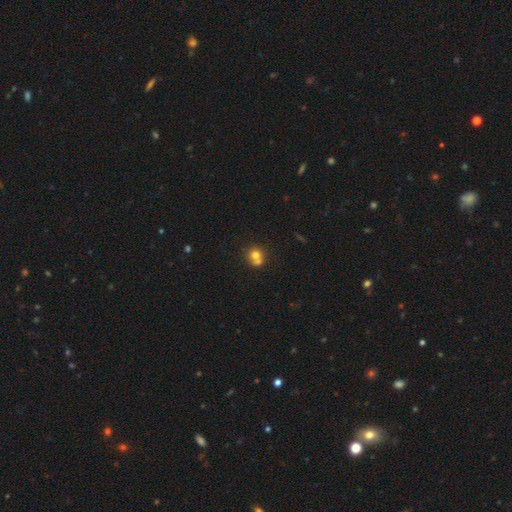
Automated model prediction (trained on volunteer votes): Q: Smooth or featured?
A: smooth (72%); runner-up: featured or disk (16%)
Q: How rounded?
A: round (84%); runner-up: in between (15%)
Q: Merging?
A: merger (44%); runner-up: none (43%)